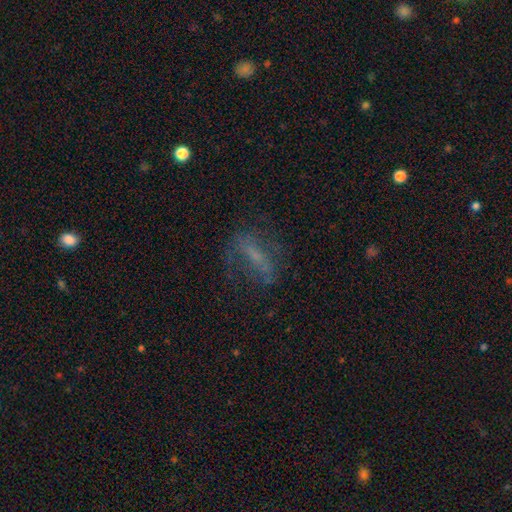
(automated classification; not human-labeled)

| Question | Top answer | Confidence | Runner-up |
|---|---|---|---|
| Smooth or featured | featured or disk | 47% | smooth (35%) |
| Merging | none | 58% | major disturbance (21%) |